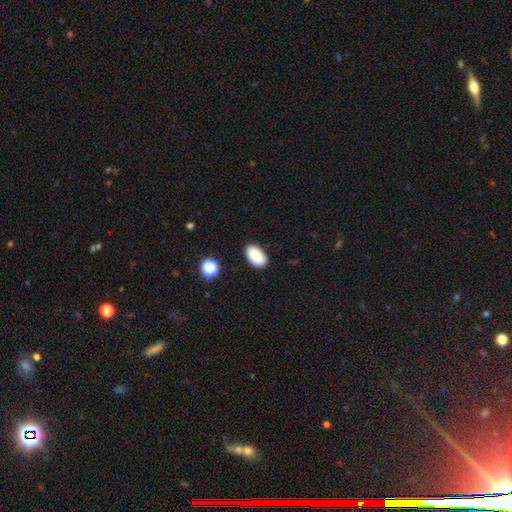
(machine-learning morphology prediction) smooth 88%, star or artifact 8%, featured or disk 4%. Down the decision tree: how rounded — in between (94%); merging — none (87%).